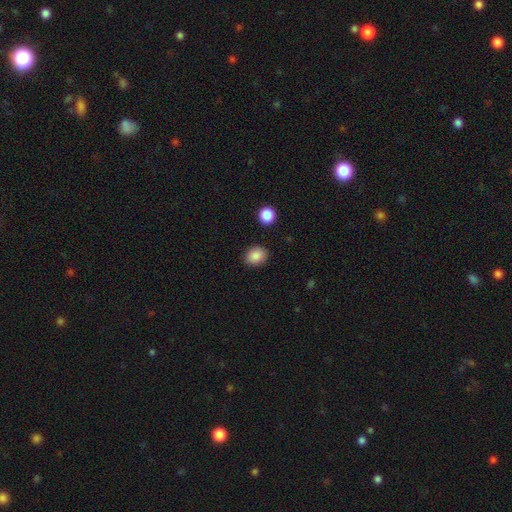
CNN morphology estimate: Smooth or featured? Predicted: smooth (p=0.87). How rounded? Predicted: round (p=0.56). Merging? Predicted: none (p=0.87).